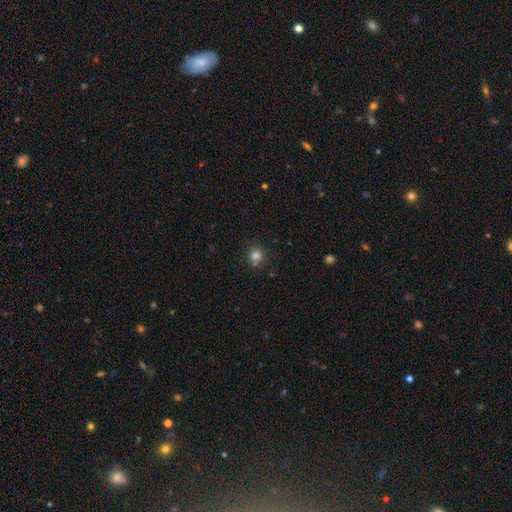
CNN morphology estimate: A smooth galaxy with no disk features (81%) that is round (88%). Merging: none (74%).